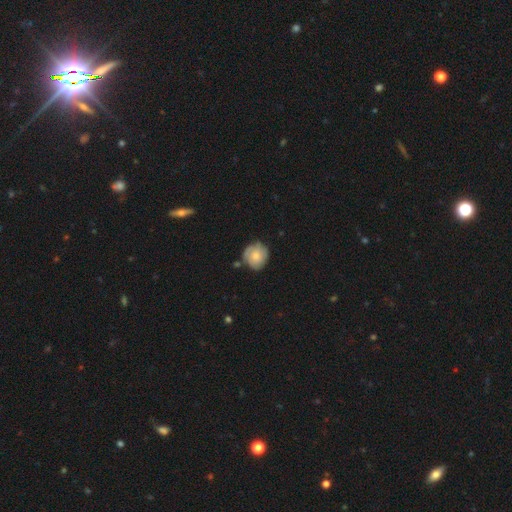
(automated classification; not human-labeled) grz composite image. It shows a smooth galaxy with no disk features (59%) that is round (85%). Merging: none (70%).